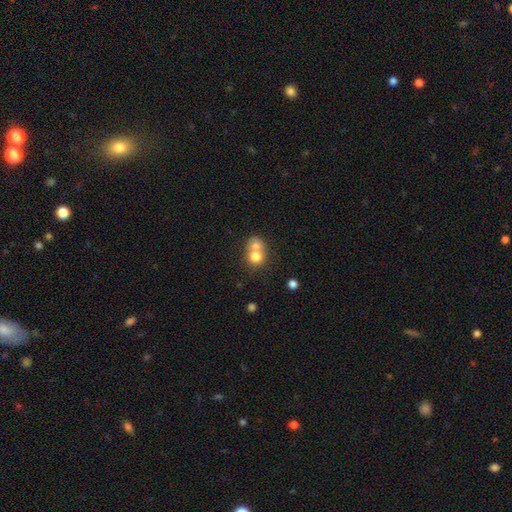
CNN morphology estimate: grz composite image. It shows a smooth galaxy with no disk features (73%) that is round (73%). Merging: merger (66%).